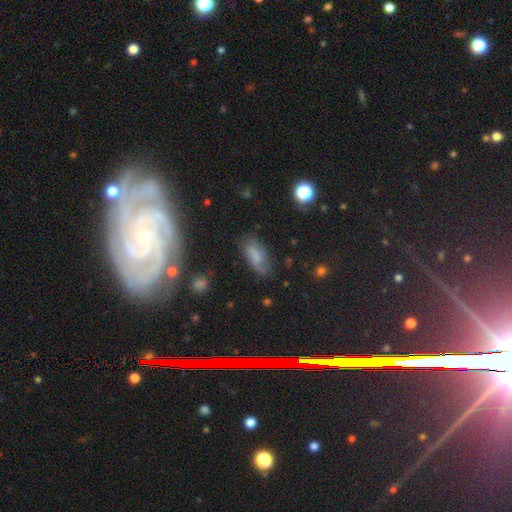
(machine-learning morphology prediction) Smooth or featured: smooth — 65% (featured or disk — 22%)
How rounded: in between — 87% (cigar-shaped — 9%)
Merging: none — 69% (minor disturbance — 22%)